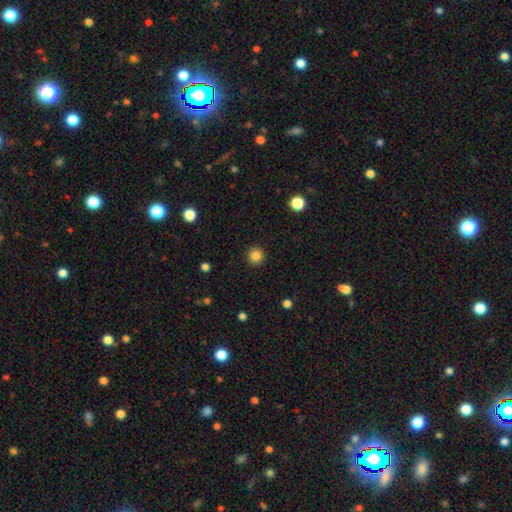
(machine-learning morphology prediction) A smooth galaxy with no disk features (85%) that is round (95%).

Vote fractions:
- Smooth or featured? smooth: 85% / star or artifact: 11% / featured or disk: 4%
- How rounded? round: 95% / in between: 5% / cigar-shaped: 1%
- Merging? none: 92% / minor disturbance: 5% / major disturbance: 2% / merger: 1%